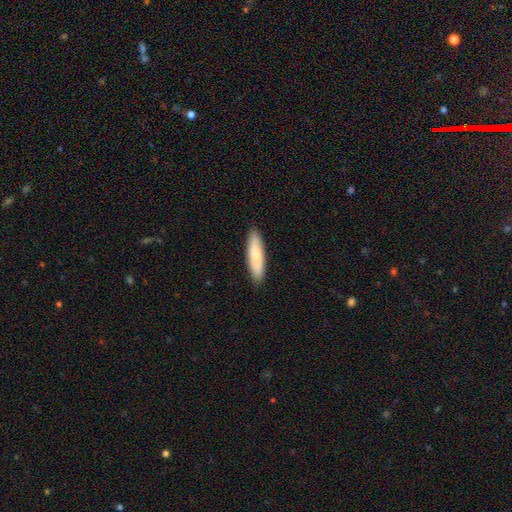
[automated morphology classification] smooth 78%, featured or disk 17%, star or artifact 5%. Down the decision tree: how rounded — cigar-shaped (71%); merging — none (90%).